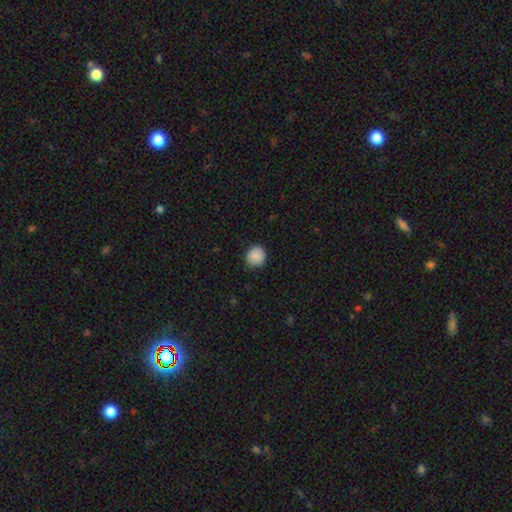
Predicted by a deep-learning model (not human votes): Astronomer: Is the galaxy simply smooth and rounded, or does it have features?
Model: smooth — 88%.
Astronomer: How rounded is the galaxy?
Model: round — 89%.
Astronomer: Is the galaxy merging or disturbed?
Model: none — 89%.